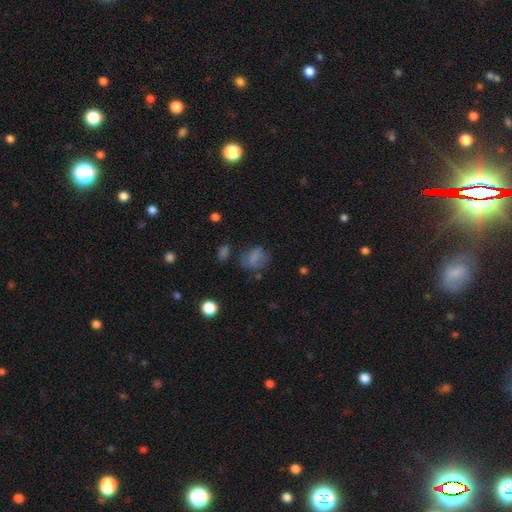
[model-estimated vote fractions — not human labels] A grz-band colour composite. It shows a smooth galaxy with no disk features (58%) that is in between round and cigar-shaped (55%). Merging: none (61%).